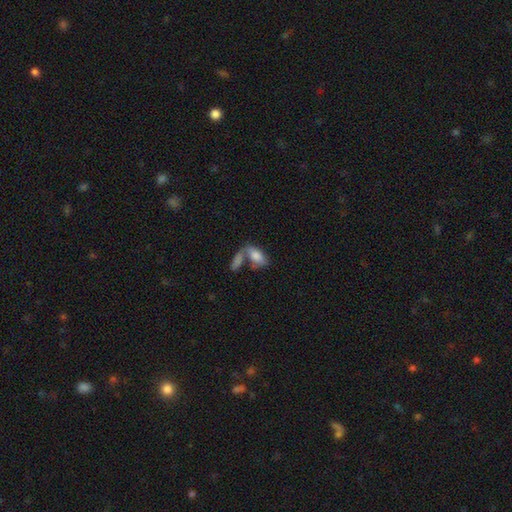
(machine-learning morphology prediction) The model was most divided on "merging": merger: 50%, none: 31%, minor disturbance: 11%, major disturbance: 8%. More confident: how rounded — in between (89%); smooth or featured — smooth (77%).